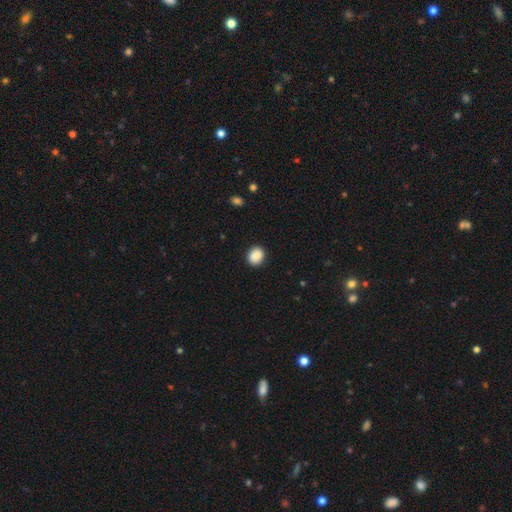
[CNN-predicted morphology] Smooth or featured? Predicted: smooth (p=0.89). How rounded? Predicted: round (p=0.63). Merging? Predicted: none (p=0.90).